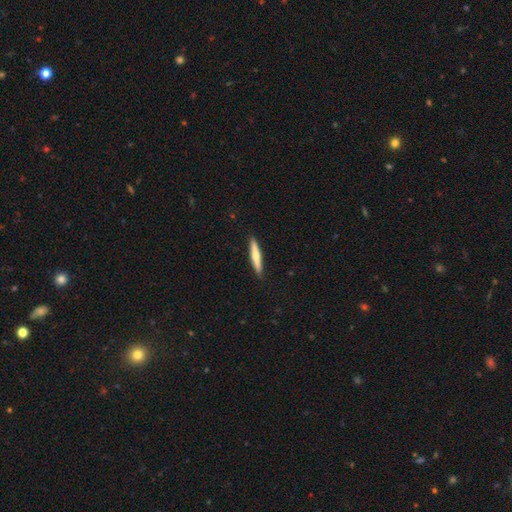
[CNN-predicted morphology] A smooth galaxy with no disk features (59%) that is cigar-shaped (93%). Merging: none (90%).